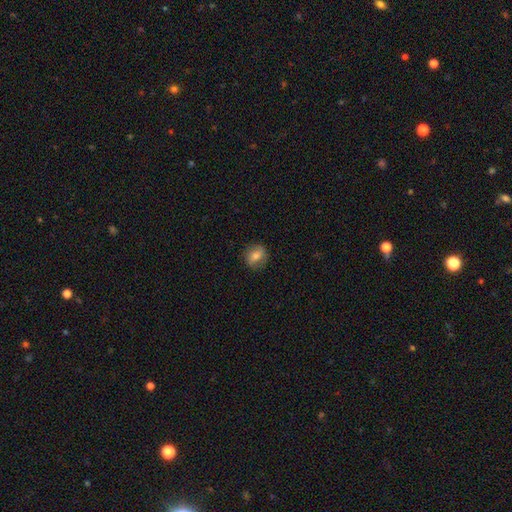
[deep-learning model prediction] A smooth galaxy with no disk features (67%) that is round (62%).

Vote fractions:
- Smooth or featured? smooth: 67% / featured or disk: 24% / star or artifact: 9%
- How rounded? round: 62% / in between: 36% / cigar-shaped: 2%
- Merging? none: 84% / minor disturbance: 12% / major disturbance: 3% / merger: 1%